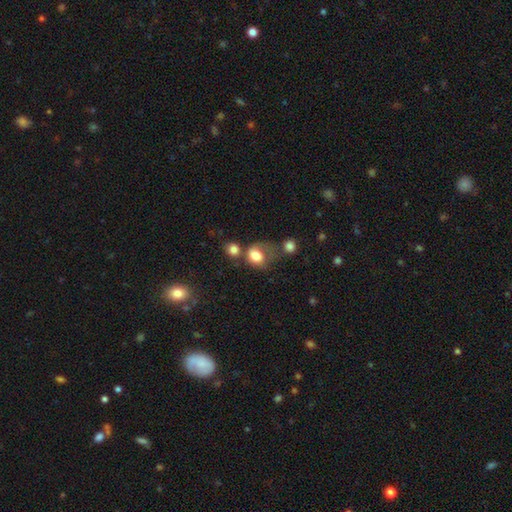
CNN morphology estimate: smooth_or_featured: smooth (p=0.77) [alt: featured or disk p=0.13]
how_rounded: round (p=0.54) [alt: in between p=0.45]
merging: none (p=0.28) [alt: merger p=0.27]